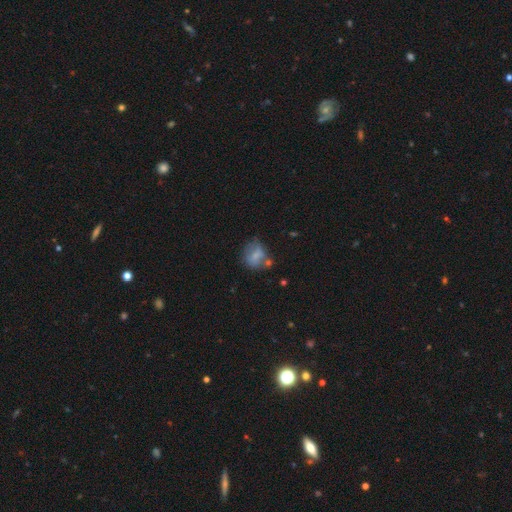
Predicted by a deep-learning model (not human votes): Smooth or featured? Predicted: smooth (p=0.67). How rounded? Predicted: round (p=0.58). Merging? Predicted: none (p=0.49).